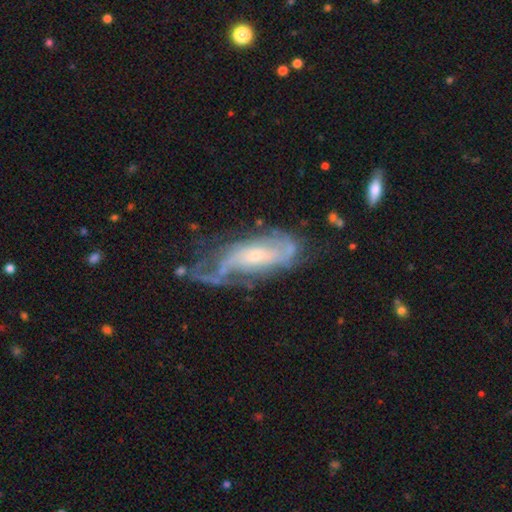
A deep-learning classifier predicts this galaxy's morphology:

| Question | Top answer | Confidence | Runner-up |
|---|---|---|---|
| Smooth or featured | featured or disk | 79% | smooth (14%) |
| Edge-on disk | no | 88% | yes (12%) |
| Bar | no | 55% | weak (34%) |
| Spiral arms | yes | 87% | no (13%) |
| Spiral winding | medium | 39% | tight (38%) |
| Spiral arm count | can't tell | 38% | 2 (37%) |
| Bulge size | small | 62% | moderate (30%) |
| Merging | none | 45% | major disturbance (25%) |